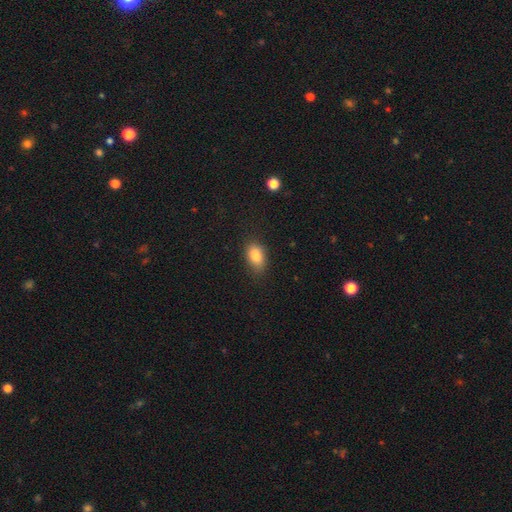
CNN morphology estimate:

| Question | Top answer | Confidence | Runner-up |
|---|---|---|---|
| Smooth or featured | smooth | 83% | star or artifact (9%) |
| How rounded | in between | 85% | round (13%) |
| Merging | none | 80% | minor disturbance (16%) |